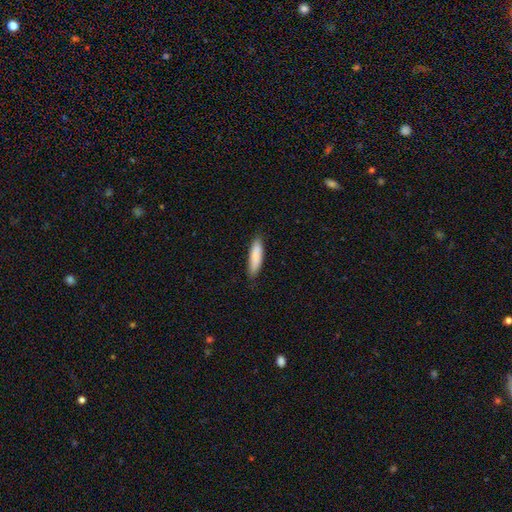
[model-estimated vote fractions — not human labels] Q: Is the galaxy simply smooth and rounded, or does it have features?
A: smooth — 86%.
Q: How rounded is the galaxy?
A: cigar-shaped — 66%.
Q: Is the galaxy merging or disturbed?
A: none — 84%.